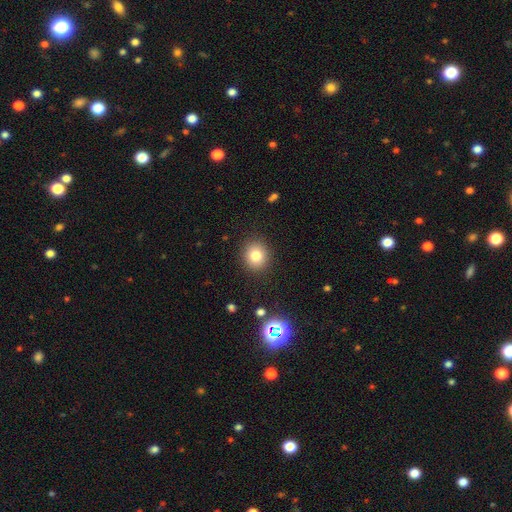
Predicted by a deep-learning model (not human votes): Q: Smooth or featured?
A: smooth (81%); runner-up: star or artifact (12%)
Q: How rounded?
A: round (81%); runner-up: in between (18%)
Q: Merging?
A: none (89%); runner-up: minor disturbance (7%)